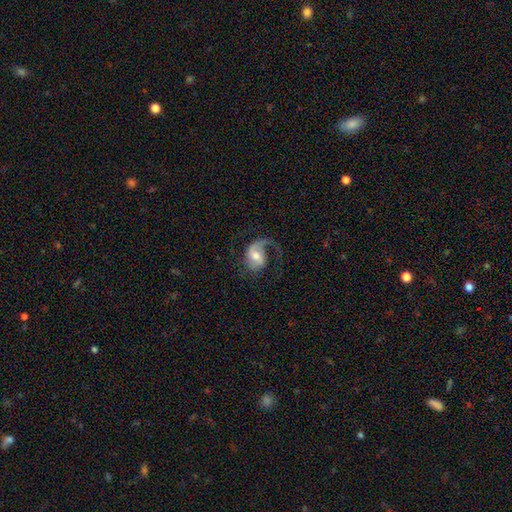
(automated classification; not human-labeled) This is likely a featured or disk galaxy (73%). It is clearly not viewed edge-on (97%). Bar: possibly no (46%). Spiral arm pattern: clearly yes (92%). Spiral arm count: likely 1 (61%). Spiral winding: possibly loose (53%). Central bulge: likely moderate (64%). Merging: possibly none (46%).